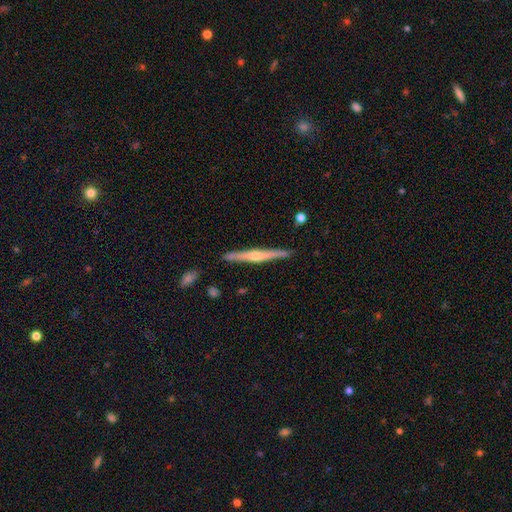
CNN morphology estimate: A featured or disk galaxy (76%) viewed edge-on (98%) with a rounded central bulge (83%).

Vote fractions:
- Smooth or featured? featured or disk: 76% / smooth: 19% / star or artifact: 5%
- Edge-on disk? yes: 98% / no: 2%
- Edge-on bulge? rounded: 83% / none: 11% / boxy: 7%
- Merging? none: 90% / minor disturbance: 7% / merger: 2% / major disturbance: 1%